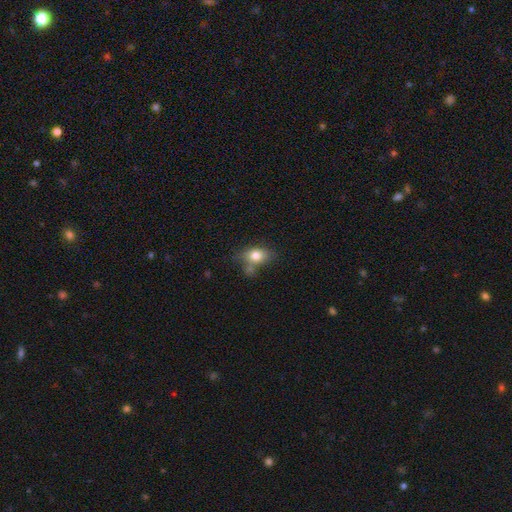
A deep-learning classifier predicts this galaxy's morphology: This appears to be a smooth galaxy with no disk features (79%) that is in between round and cigar-shaped (70%). Merging: none (49%).